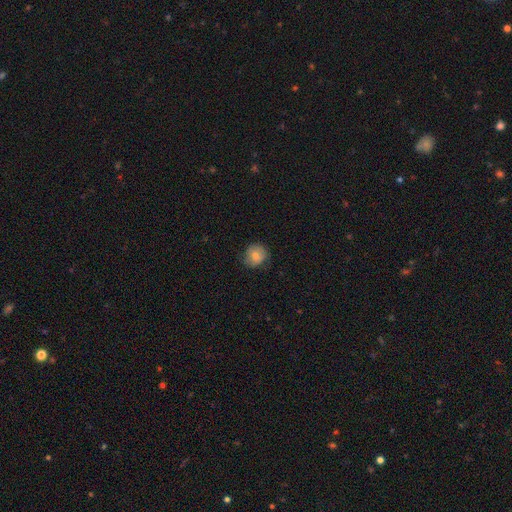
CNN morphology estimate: type=smooth (71%); roundness=round (78%); merging=none (72%).